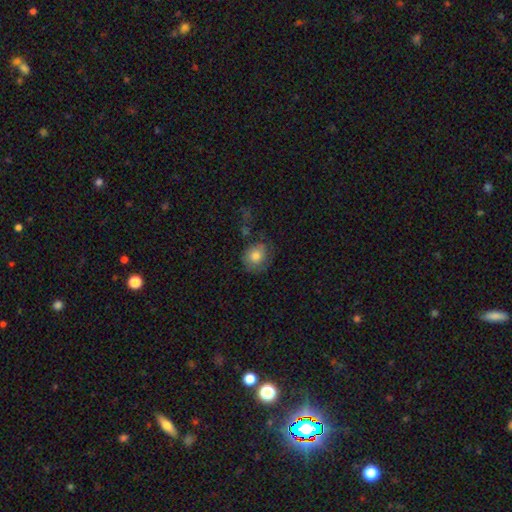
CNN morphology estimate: The model was most divided on "how rounded": round: 64%, in between: 35%, cigar-shaped: 1%. More confident: smooth or featured — smooth (78%); merging — none (62%).